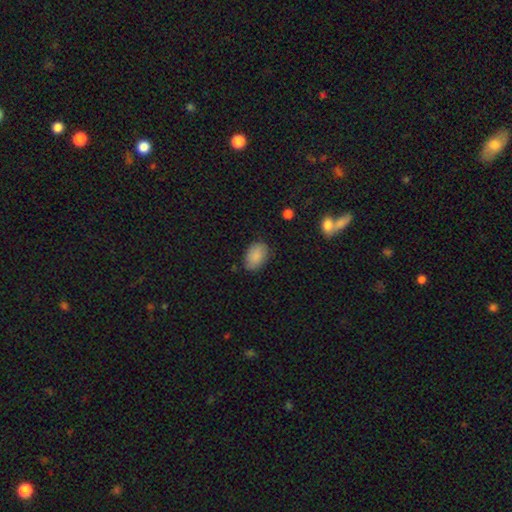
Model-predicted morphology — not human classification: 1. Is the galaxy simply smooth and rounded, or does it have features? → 88% smooth, 7% star or artifact, 5% featured or disk.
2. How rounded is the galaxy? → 86% in between, 13% round, 1% cigar-shaped.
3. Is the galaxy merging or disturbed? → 79% none, 16% minor disturbance, 3% major disturbance, 1% merger.